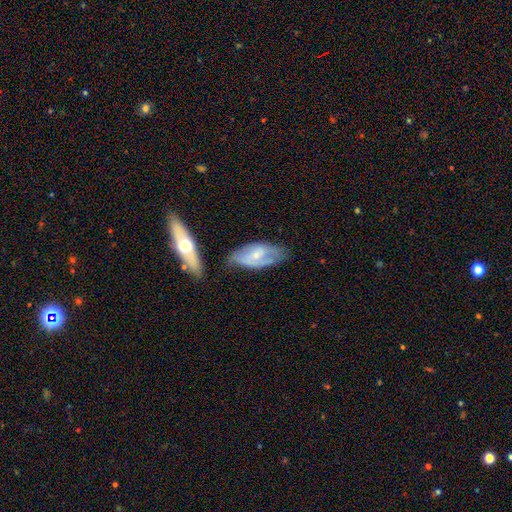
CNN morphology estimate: smooth-or-featured: featured or disk: 60% | smooth: 34% | star or artifact: 6%
  disk-edge-on: no: 86% | yes: 14%
    bar: no: 57% | weak: 33% | strong: 10%
    has-spiral-arms: yes: 65% | no: 35%
    bulge-size: small: 61% | moderate: 32% | none: 4% | large: 2% | dominant: 1%
  merging: none: 52% | minor disturbance: 29% | major disturbance: 12% | merger: 7%